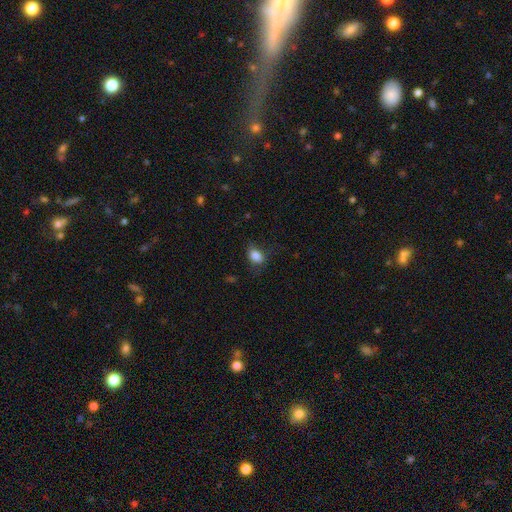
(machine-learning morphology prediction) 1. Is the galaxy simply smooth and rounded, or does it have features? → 83% smooth, 9% star or artifact, 8% featured or disk.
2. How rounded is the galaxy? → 73% in between, 25% round, 2% cigar-shaped.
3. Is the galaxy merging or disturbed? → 59% none, 27% minor disturbance, 12% major disturbance, 1% merger.